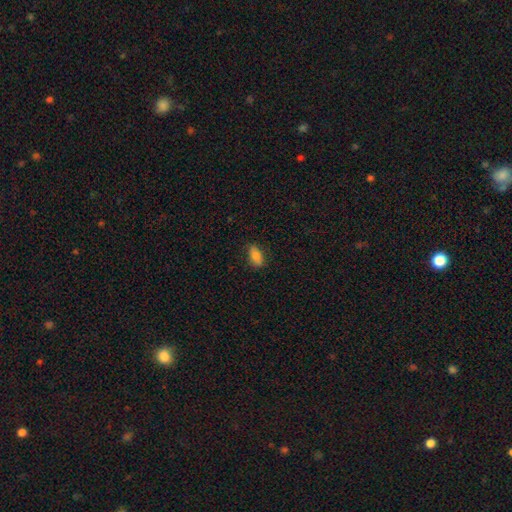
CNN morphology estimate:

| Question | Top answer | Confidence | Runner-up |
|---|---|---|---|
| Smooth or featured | smooth | 82% | featured or disk (10%) |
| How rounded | in between | 87% | cigar-shaped (9%) |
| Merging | none | 83% | minor disturbance (14%) |